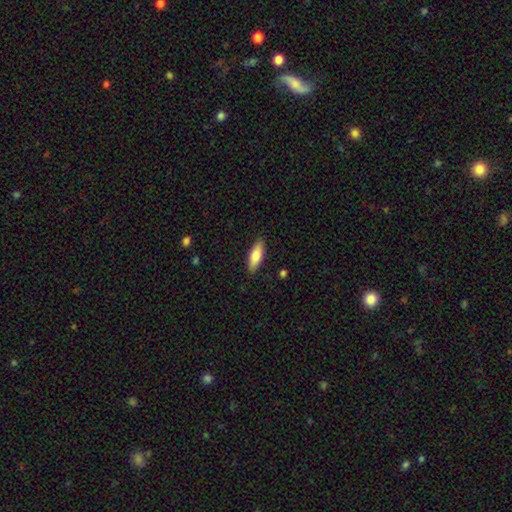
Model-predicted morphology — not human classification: smooth-or-featured: smooth: 77% | featured or disk: 17% | star or artifact: 6%
  how-rounded: in between: 61% | cigar-shaped: 37% | round: 2%
  merging: none: 87% | minor disturbance: 9% | major disturbance: 2% | merger: 1%